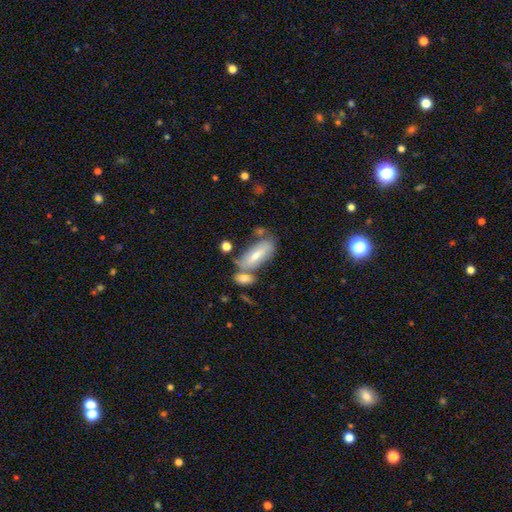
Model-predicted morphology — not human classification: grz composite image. It shows a smooth galaxy with no disk features (50%) that is in between round and cigar-shaped (65%). Merging: none (48%).